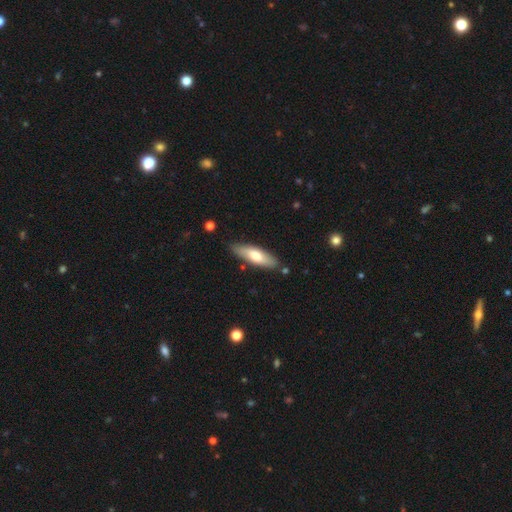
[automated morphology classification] Smooth or featured? Predicted: smooth (p=0.64). How rounded? Predicted: cigar-shaped (p=0.49, tied with in between). Merging? Predicted: none (p=0.83).